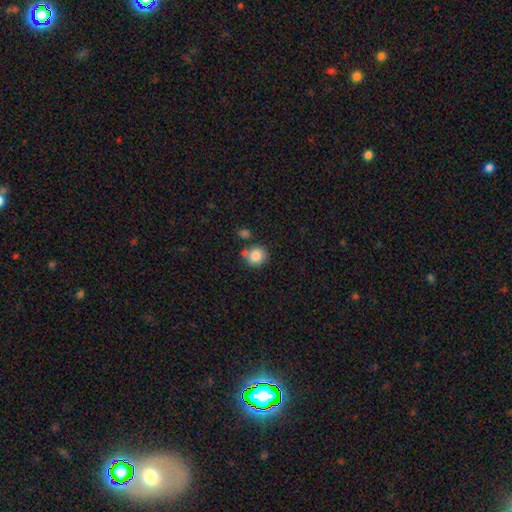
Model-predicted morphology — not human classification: This is clearly a smooth galaxy (85%). How rounded: clearly round (87%). Merging: likely none (67%).